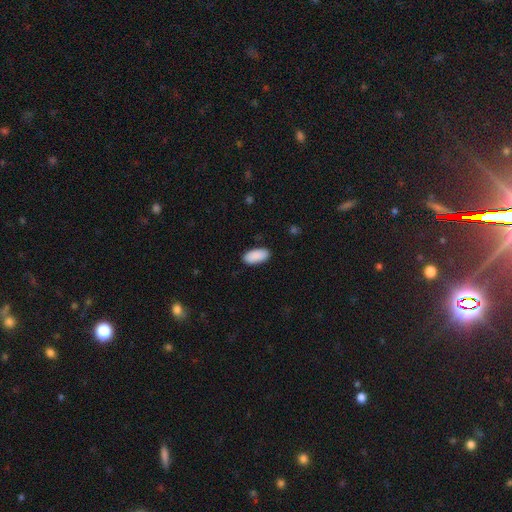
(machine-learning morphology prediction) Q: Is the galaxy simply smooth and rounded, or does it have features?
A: smooth — 91%.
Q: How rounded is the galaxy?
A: in between — 94%.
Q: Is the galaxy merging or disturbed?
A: none — 88%.